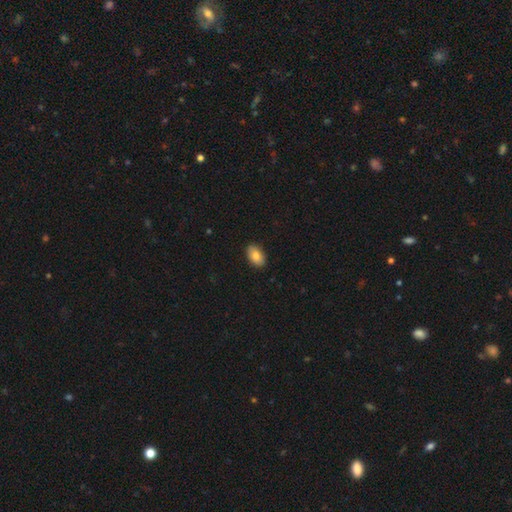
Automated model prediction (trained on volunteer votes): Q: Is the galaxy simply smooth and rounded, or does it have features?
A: smooth — 84%.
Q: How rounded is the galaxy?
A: in between — 92%.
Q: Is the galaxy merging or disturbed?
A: none — 88%.